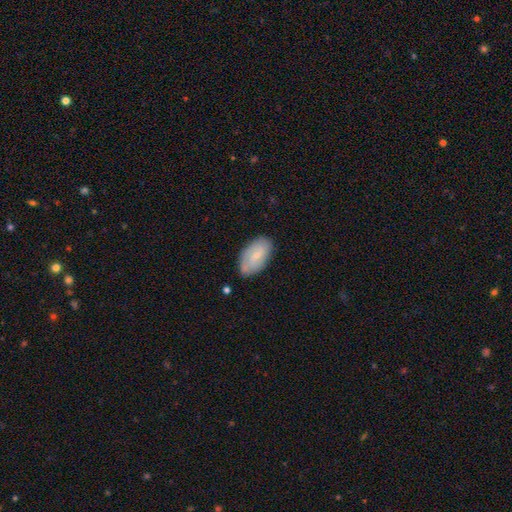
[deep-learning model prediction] A smooth galaxy with no disk features (55%) that is in between round and cigar-shaped (93%).

Vote fractions:
- Smooth or featured? smooth: 55% / featured or disk: 39% / star or artifact: 7%
- How rounded? in between: 93% / round: 4% / cigar-shaped: 3%
- Merging? none: 75% / minor disturbance: 19% / major disturbance: 4% / merger: 2%